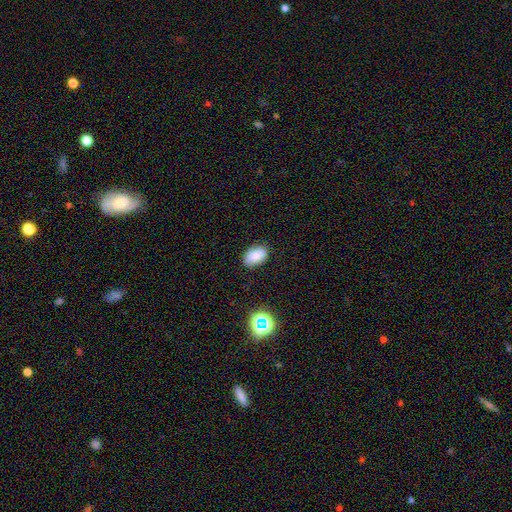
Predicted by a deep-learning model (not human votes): A smooth galaxy with no disk features (82%) that is in between round and cigar-shaped (88%). Merging: none (81%).